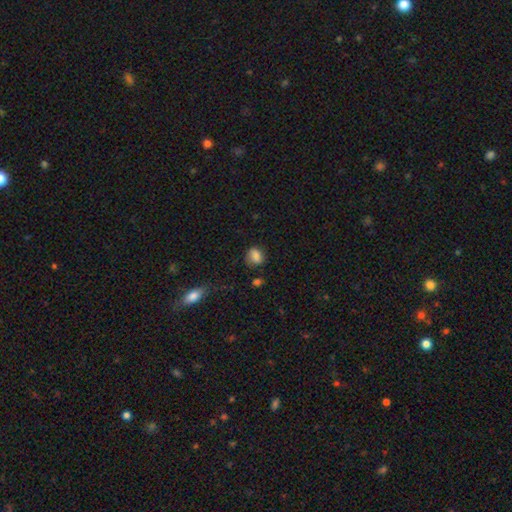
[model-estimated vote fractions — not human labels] smooth 81%, star or artifact 10%, featured or disk 9%. Down the decision tree: how rounded — round (53%); merging — none (67%).